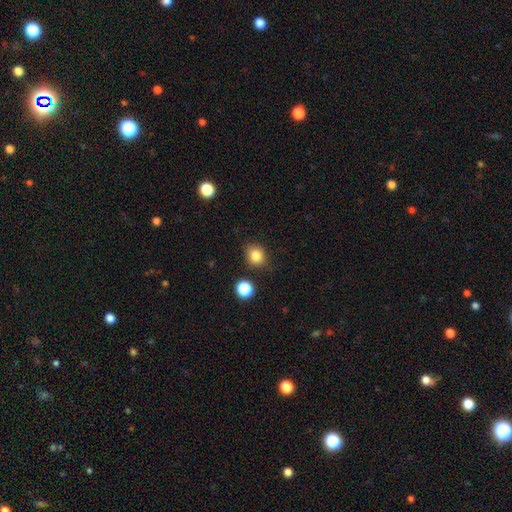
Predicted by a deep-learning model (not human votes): A smooth galaxy with no disk features (82%) that is round (77%).

Vote fractions:
- Smooth or featured? smooth: 82% / star or artifact: 12% / featured or disk: 6%
- How rounded? round: 77% / in between: 22% / cigar-shaped: 1%
- Merging? none: 83% / minor disturbance: 11% / merger: 3% / major disturbance: 3%